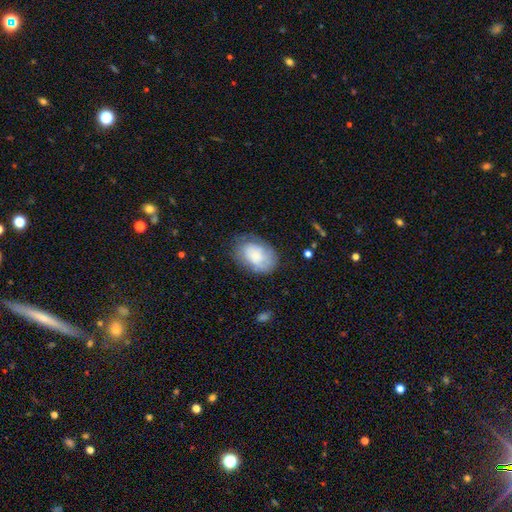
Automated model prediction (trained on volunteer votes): Smooth or featured? Predicted: smooth (p=0.62). How rounded? Predicted: in between (p=0.80). Merging? Predicted: none (p=0.64).